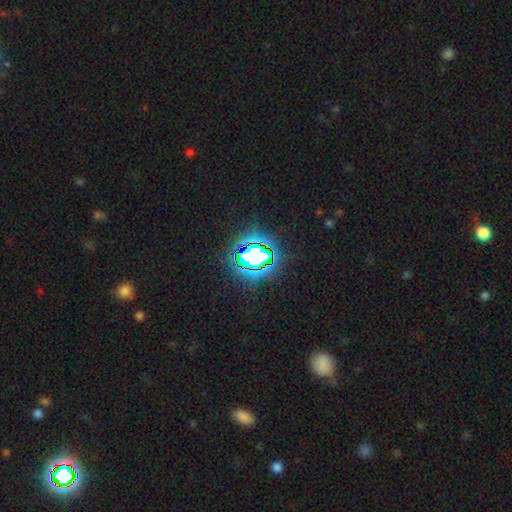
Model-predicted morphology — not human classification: Overall: star or artifact (67%).